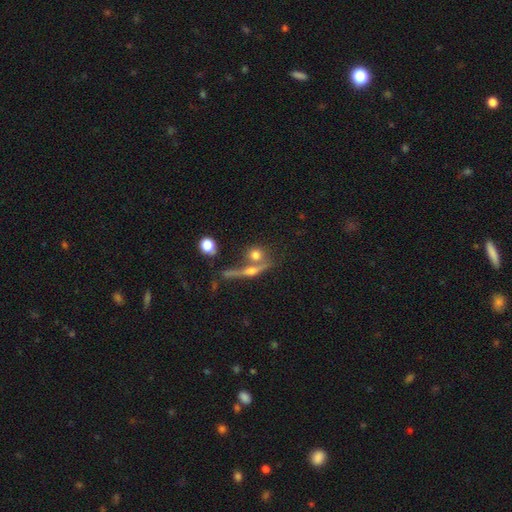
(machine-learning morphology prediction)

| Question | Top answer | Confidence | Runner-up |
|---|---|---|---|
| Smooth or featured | smooth | 60% | featured or disk (27%) |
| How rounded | round | 70% | in between (20%) |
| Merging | none | 50% | merger (34%) |